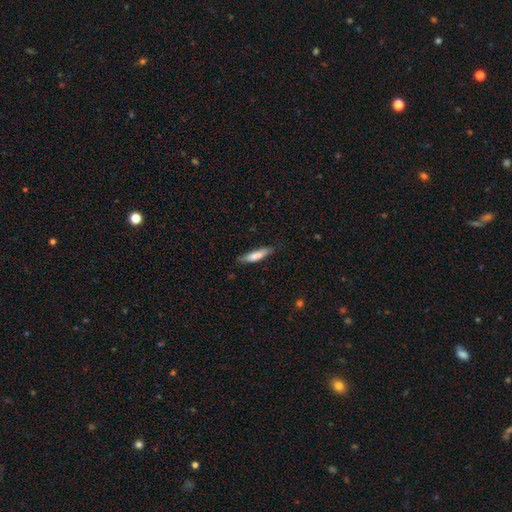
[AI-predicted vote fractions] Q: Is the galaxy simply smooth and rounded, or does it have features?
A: smooth — 79%.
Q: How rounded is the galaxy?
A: cigar-shaped — 74%.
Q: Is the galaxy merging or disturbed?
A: none — 80%.